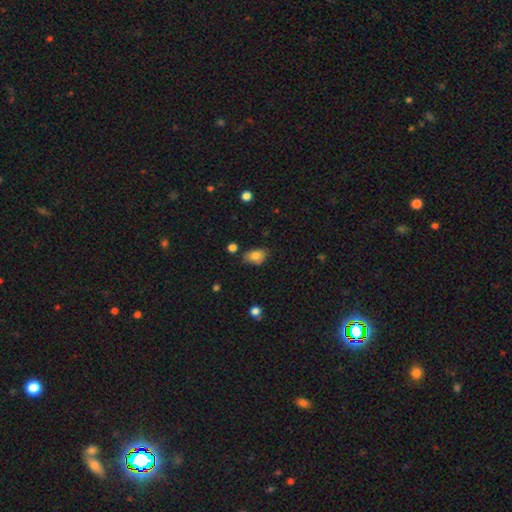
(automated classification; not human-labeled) smooth 79%, featured or disk 12%, star or artifact 9%. Down the decision tree: how rounded — in between (83%); merging — none (66%).